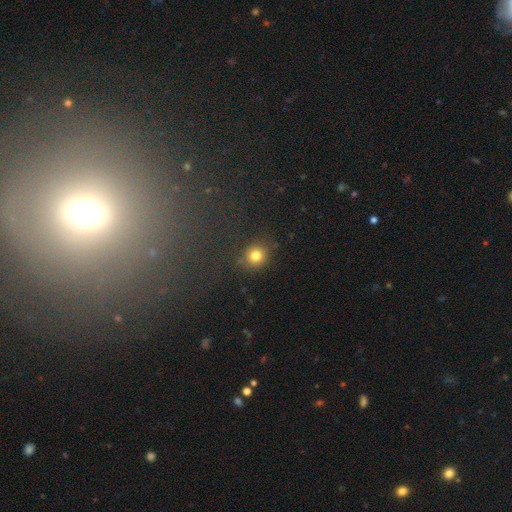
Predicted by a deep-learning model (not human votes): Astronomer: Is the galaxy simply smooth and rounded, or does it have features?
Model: smooth — 79%.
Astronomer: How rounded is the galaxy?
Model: round — 87%.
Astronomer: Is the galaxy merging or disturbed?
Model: none — 83%.